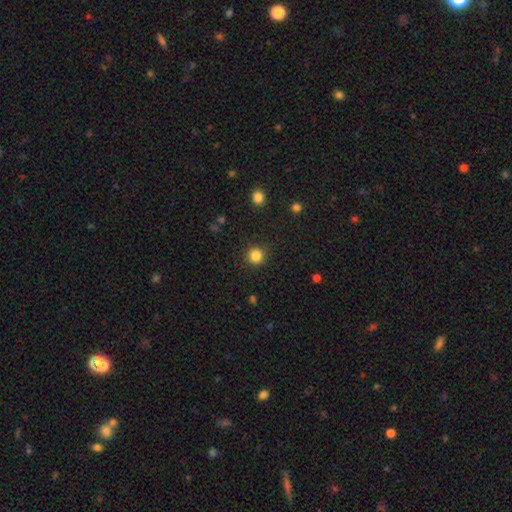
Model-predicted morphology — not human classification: This is clearly a smooth galaxy (84%). How rounded: clearly round (94%). Merging: clearly none (91%).